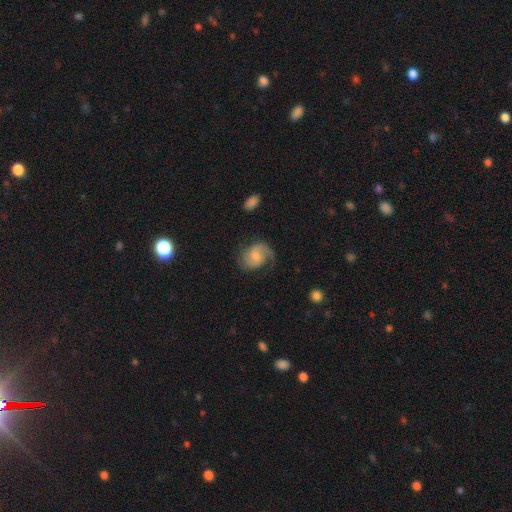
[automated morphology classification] smooth-or-featured: featured or disk: 68% | smooth: 25% | star or artifact: 7%
  disk-edge-on: no: 98% | yes: 2%
    bar: weak: 50% | no: 41% | strong: 9%
    has-spiral-arms: yes: 94% | no: 6%
      spiral-winding: medium: 49% | loose: 30% | tight: 21%
      spiral-arm-count: 2: 76% | 1: 14% | can't tell: 6% | 3: 1% | 4: 1% | more than 4: 1%
    bulge-size: moderate: 44% | small: 38% | none: 11% | large: 6% | dominant: 1%
  merging: none: 64% | minor disturbance: 22% | major disturbance: 12% | merger: 2%